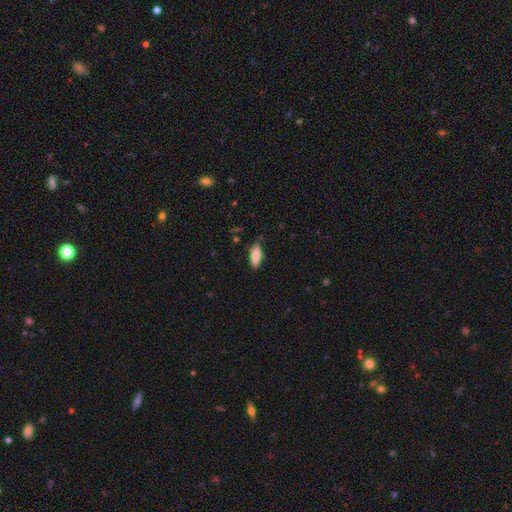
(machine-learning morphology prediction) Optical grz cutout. It shows a smooth galaxy with no disk features (84%) that is in between round and cigar-shaped (63%). Merging: none (79%).